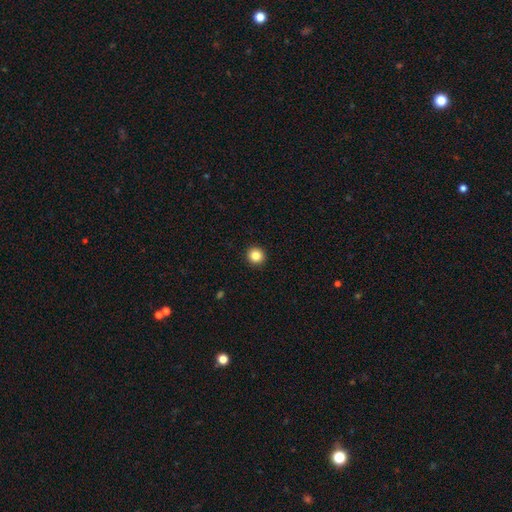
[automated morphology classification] Smooth or featured?
  - smooth: 85% *
  - star or artifact: 10%
  - featured or disk: 5%
How rounded?
  - round: 93% *
  - in between: 6%
  - cigar-shaped: 1%
Merging?
  - none: 94% *
  - minor disturbance: 4%
  - major disturbance: 1%
  - merger: 1%